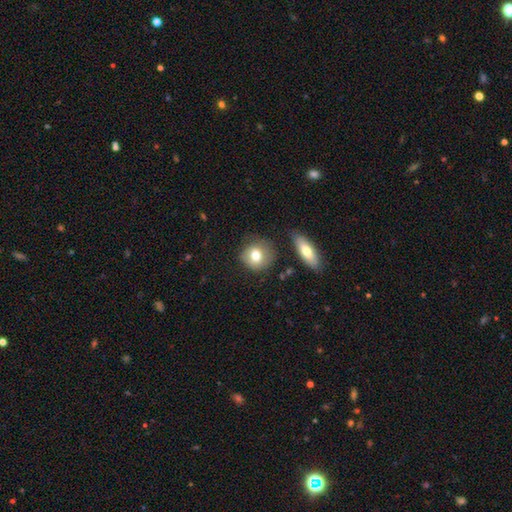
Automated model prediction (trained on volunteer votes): smooth-or-featured: smooth: 76% | featured or disk: 16% | star or artifact: 8%
  how-rounded: round: 82% | in between: 17% | cigar-shaped: 1%
  merging: none: 71% | minor disturbance: 18% | major disturbance: 6% | merger: 6%